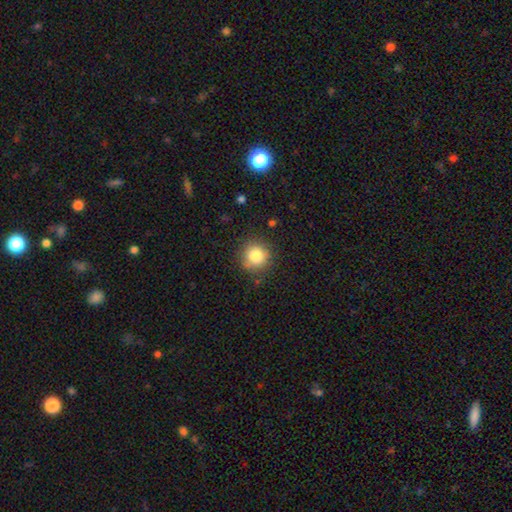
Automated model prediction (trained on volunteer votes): Smooth or featured: smooth — 82% (star or artifact — 11%)
How rounded: round — 93% (in between — 6%)
Merging: none — 84% (minor disturbance — 11%)